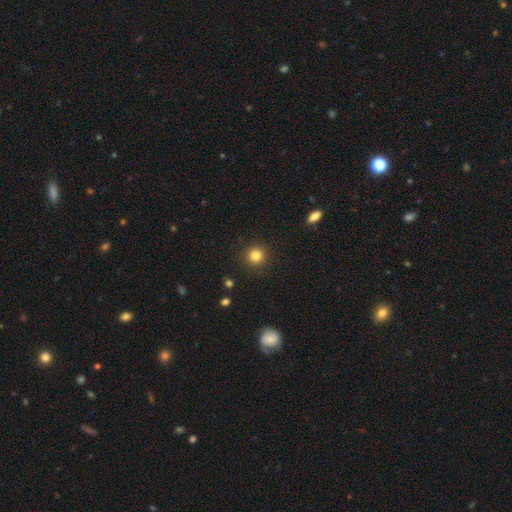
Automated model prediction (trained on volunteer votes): Q: Smooth or featured?
A: smooth (83%); runner-up: star or artifact (12%)
Q: How rounded?
A: round (94%); runner-up: in between (5%)
Q: Merging?
A: none (91%); runner-up: minor disturbance (6%)